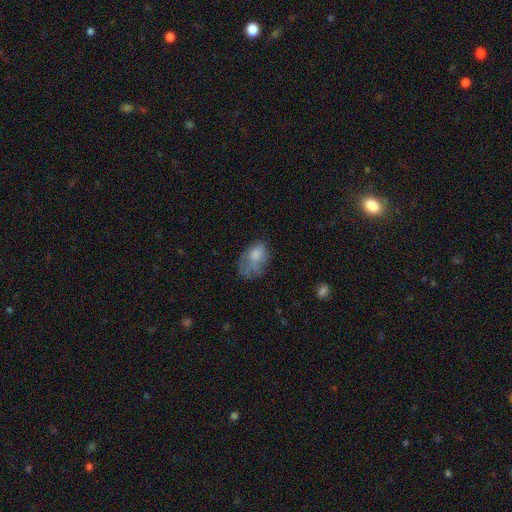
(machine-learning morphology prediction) smooth-or-featured: smooth: 70% | featured or disk: 20% | star or artifact: 10%
  how-rounded: in between: 83% | round: 16% | cigar-shaped: 1%
  merging: none: 37% | minor disturbance: 31% | major disturbance: 28% | merger: 3%